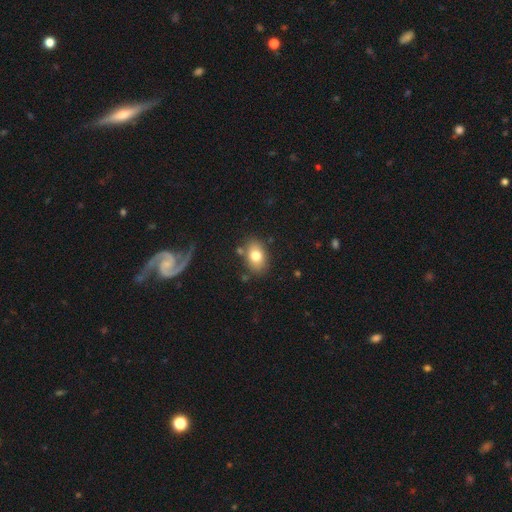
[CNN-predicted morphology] type=smooth (77%); roundness=in between (82%); merging=none (79%).